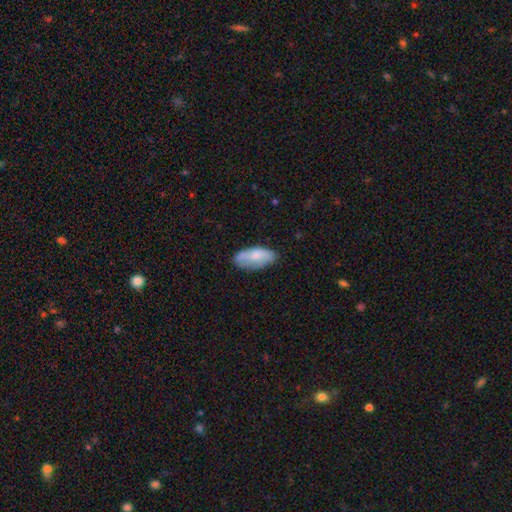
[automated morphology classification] Smooth or featured? Predicted: smooth (p=0.66). How rounded? Predicted: in between (p=0.87). Merging? Predicted: none (p=0.66).